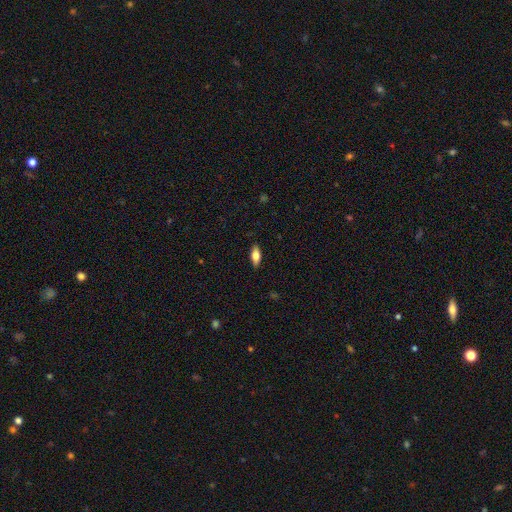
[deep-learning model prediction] A smooth galaxy with no disk features (70%) that is in between round and cigar-shaped (77%). Merging: none (88%).